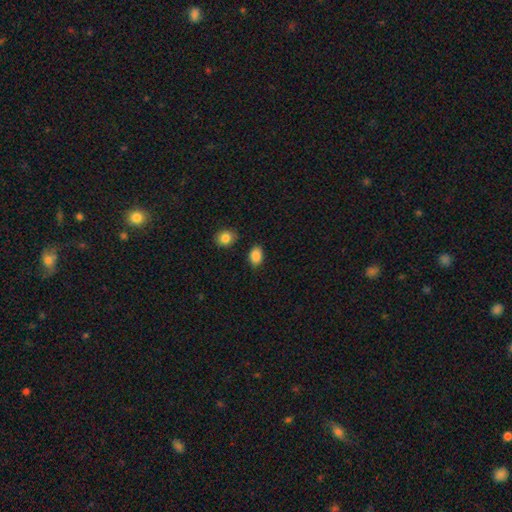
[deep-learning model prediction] Q: Smooth or featured?
A: smooth (88%); runner-up: star or artifact (8%)
Q: How rounded?
A: in between (80%); runner-up: round (19%)
Q: Merging?
A: none (84%); runner-up: minor disturbance (10%)